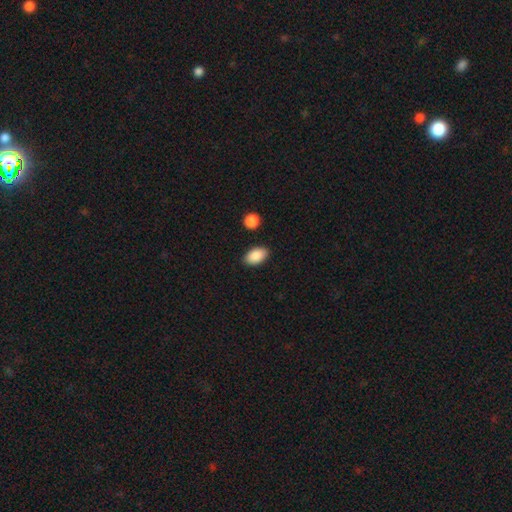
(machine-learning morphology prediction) This appears to be a smooth galaxy with no disk features (89%) that is in between round and cigar-shaped (92%). Merging: none (86%).